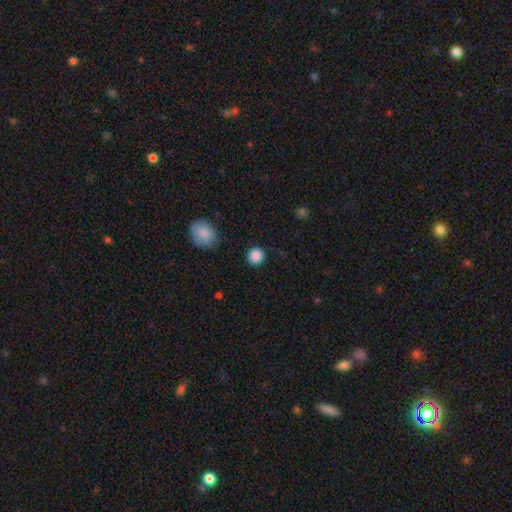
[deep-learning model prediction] Smooth or featured: smooth — 87% (star or artifact — 10%)
How rounded: round — 88% (in between — 11%)
Merging: none — 88% (minor disturbance — 8%)